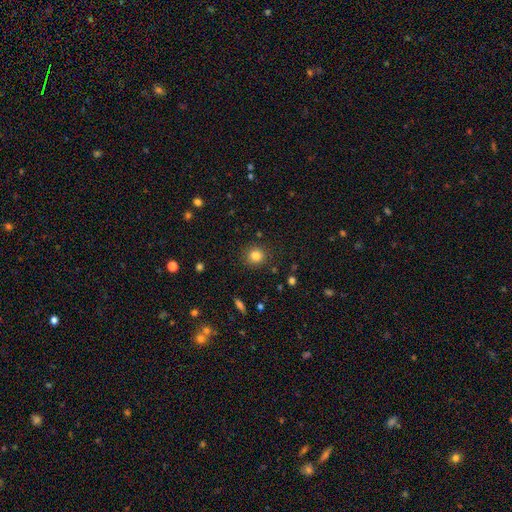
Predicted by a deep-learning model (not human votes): Smooth or featured? smooth (83%)
How rounded? round (86%)
Merging? none (87%)